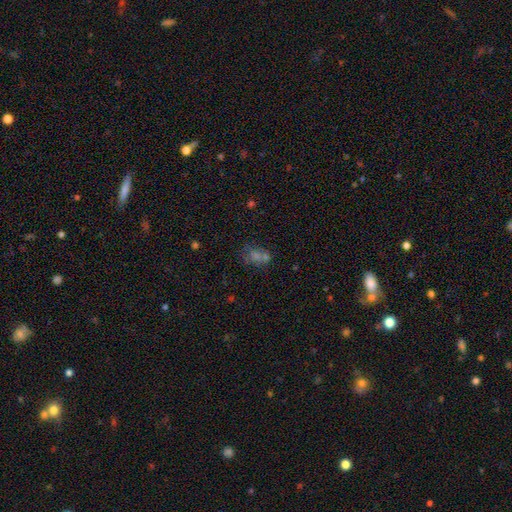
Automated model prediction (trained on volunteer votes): Smooth or featured: smooth — 47% (star or artifact — 34%)
Merging: none — 49% (merger — 26%)